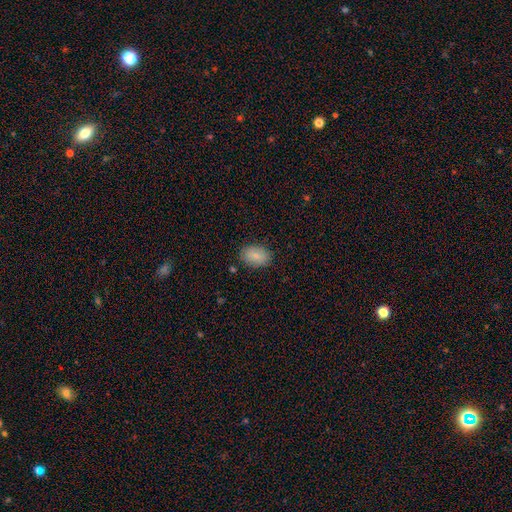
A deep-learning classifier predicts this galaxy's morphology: This appears to be a smooth galaxy with no disk features (84%) that is in between round and cigar-shaped (84%). Merging: none (85%).